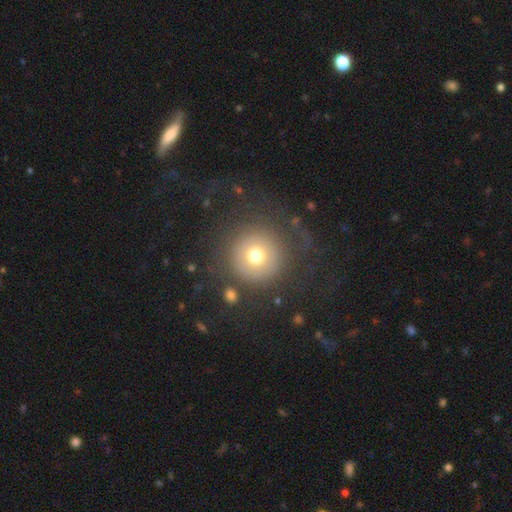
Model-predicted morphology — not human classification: smooth-or-featured: smooth: 66% | featured or disk: 22% | star or artifact: 12%
  how-rounded: round: 95% | in between: 4% | cigar-shaped: 1%
  merging: none: 75% | major disturbance: 12% | minor disturbance: 11% | merger: 2%